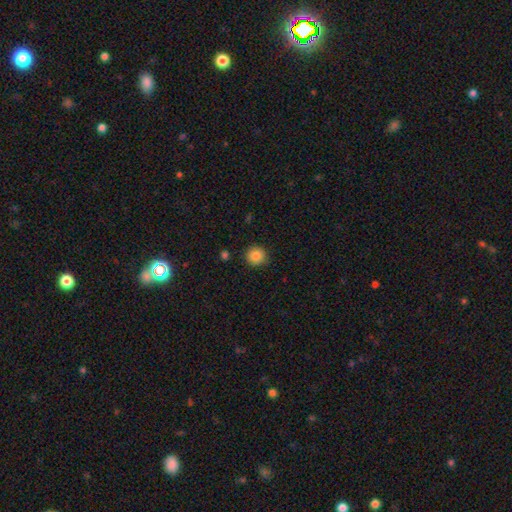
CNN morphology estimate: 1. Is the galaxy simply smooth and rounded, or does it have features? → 86% smooth, 10% star or artifact, 4% featured or disk.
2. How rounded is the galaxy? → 93% round, 6% in between, 1% cigar-shaped.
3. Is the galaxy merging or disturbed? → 89% none, 7% minor disturbance, 2% major disturbance, 2% merger.